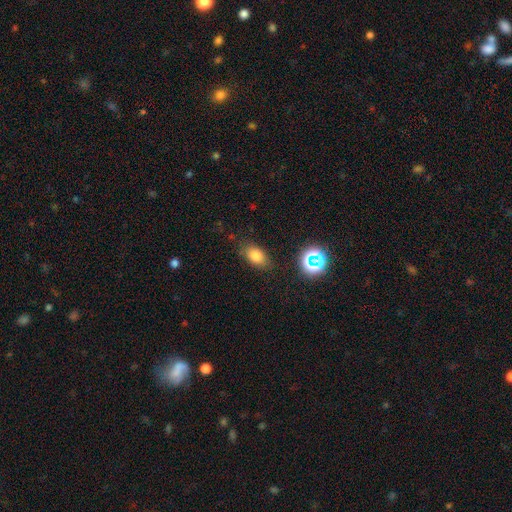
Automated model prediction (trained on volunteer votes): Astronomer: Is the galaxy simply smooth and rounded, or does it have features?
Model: smooth — 77%.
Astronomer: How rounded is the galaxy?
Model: in between — 83%.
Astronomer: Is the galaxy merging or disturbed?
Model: none — 79%.